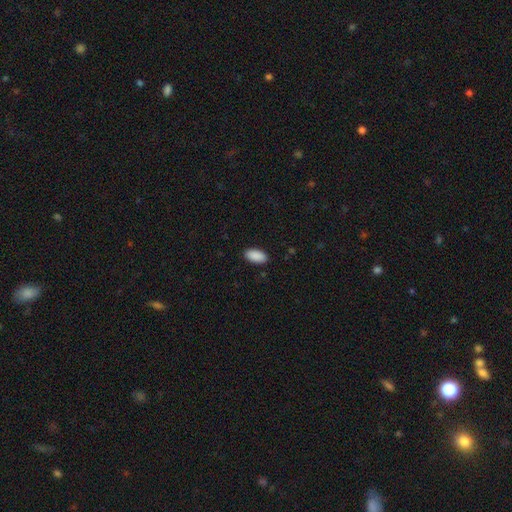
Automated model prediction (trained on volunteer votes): Morphology: type=smooth (91%); roundness=in between (94%); merging=none (89%).